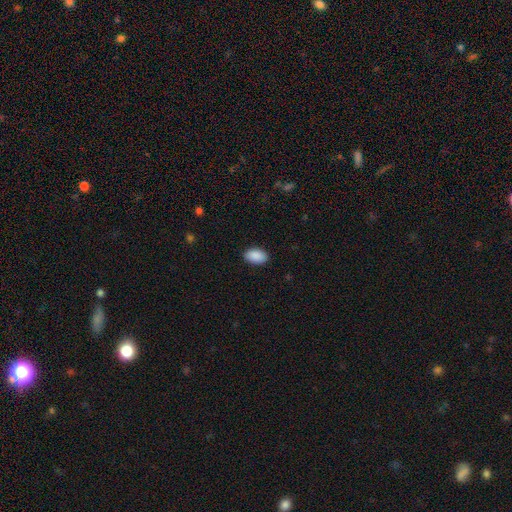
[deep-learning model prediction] This is clearly a smooth galaxy (91%). How rounded: clearly in between (93%). Merging: clearly none (89%).